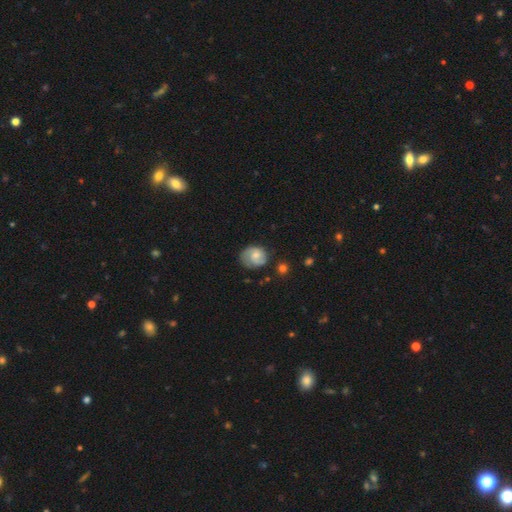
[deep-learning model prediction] smooth_or_featured: featured or disk (p=0.48) [alt: smooth p=0.45]
merging: none (p=0.62) [alt: minor disturbance p=0.26]